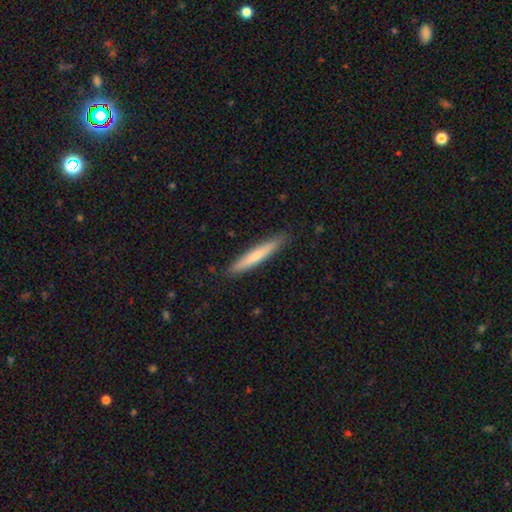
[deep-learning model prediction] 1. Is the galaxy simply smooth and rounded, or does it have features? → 65% smooth, 30% featured or disk, 5% star or artifact.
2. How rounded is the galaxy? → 95% cigar-shaped, 4% in between, 1% round.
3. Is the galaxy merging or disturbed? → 89% none, 9% minor disturbance, 1% major disturbance, 1% merger.